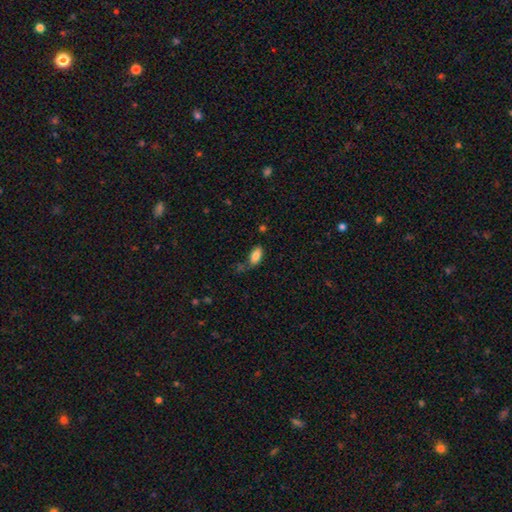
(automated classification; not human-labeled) Smooth or featured: smooth — 84% (star or artifact — 8%)
How rounded: in between — 92% (cigar-shaped — 5%)
Merging: none — 65% (minor disturbance — 22%)